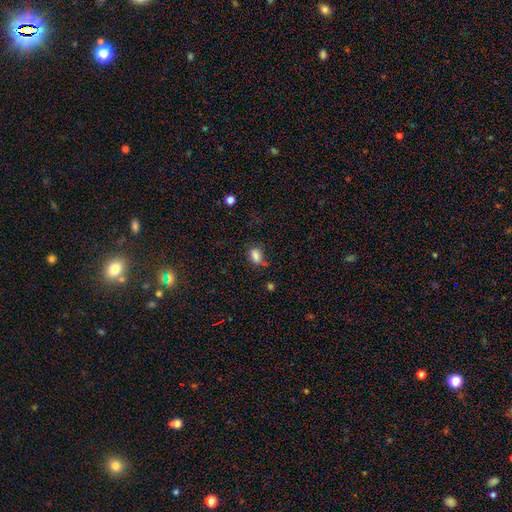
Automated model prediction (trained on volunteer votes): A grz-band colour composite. It shows a smooth galaxy with no disk features (82%) that is in between round and cigar-shaped (77%). Merging: none (47%).